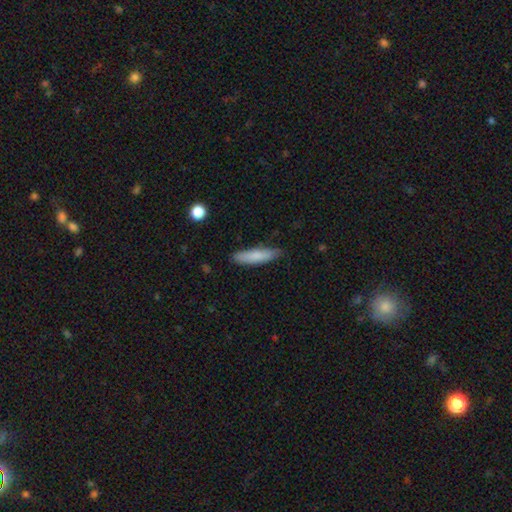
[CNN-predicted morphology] A smooth galaxy with no disk features (80%) that is cigar-shaped (77%). Merging: none (81%).